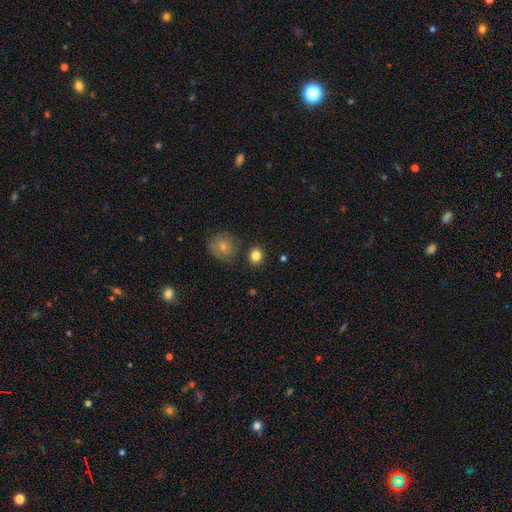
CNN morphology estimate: Smooth or featured: smooth — 82% (star or artifact — 11%)
How rounded: round — 84% (in between — 15%)
Merging: none — 83% (minor disturbance — 9%)